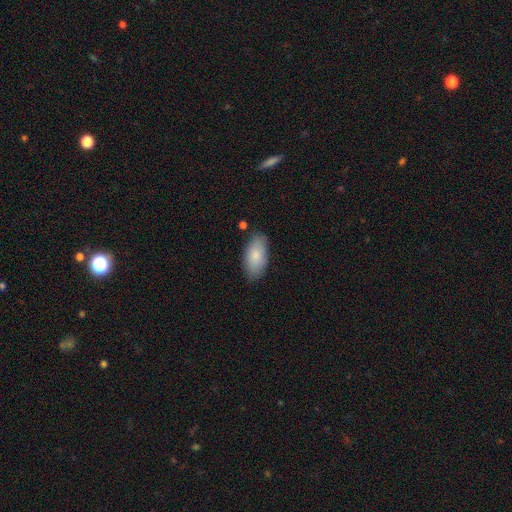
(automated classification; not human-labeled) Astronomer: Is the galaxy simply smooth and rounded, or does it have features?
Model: smooth — 84%.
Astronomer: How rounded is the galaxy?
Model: in between — 93%.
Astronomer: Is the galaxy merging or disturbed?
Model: none — 80%.